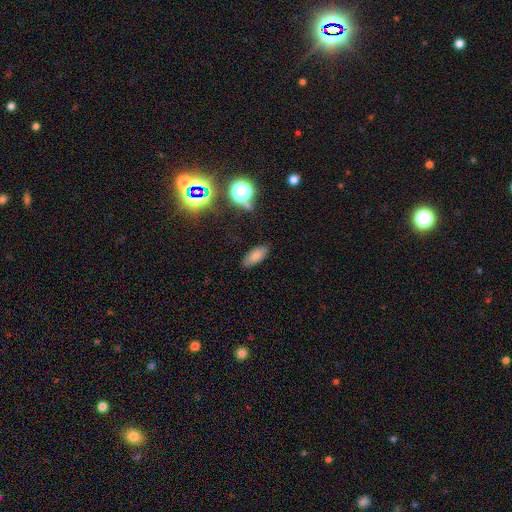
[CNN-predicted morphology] Q: Smooth or featured?
A: smooth (77%); runner-up: star or artifact (14%)
Q: How rounded?
A: in between (85%); runner-up: cigar-shaped (12%)
Q: Merging?
A: none (81%); runner-up: minor disturbance (14%)